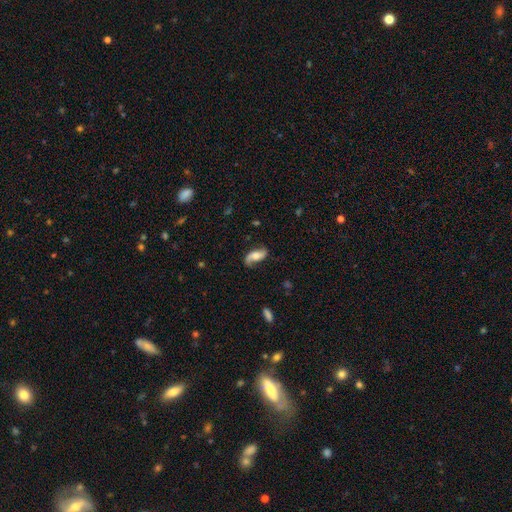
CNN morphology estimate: This is likely a featured or disk galaxy (69%). It is clearly not viewed edge-on (93%). Bar: possibly no (58%). Spiral arm pattern: clearly yes (93%). Spiral arm count: clearly 2 (87%). Spiral winding: likely loose (71%). Central bulge: possibly moderate (50%). Merging: likely none (72%).